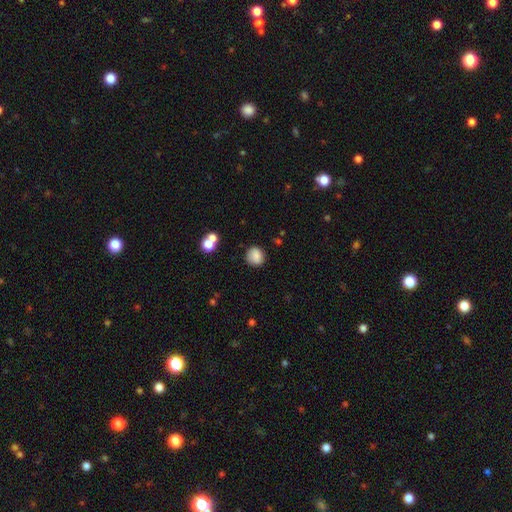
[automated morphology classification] A smooth galaxy with no disk features (81%) that is round (82%). Merging: none (81%).